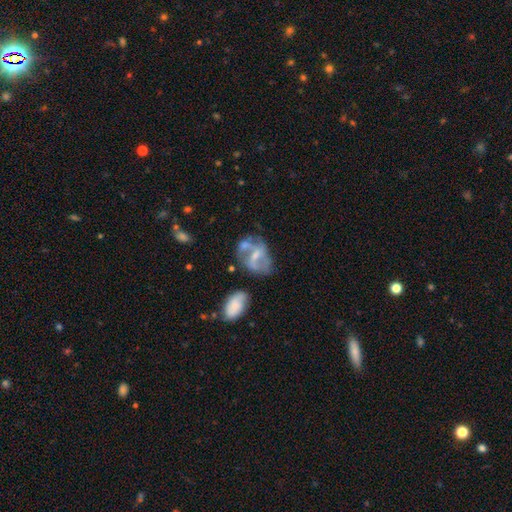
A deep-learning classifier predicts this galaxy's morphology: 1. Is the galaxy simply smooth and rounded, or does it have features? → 66% featured or disk, 26% smooth, 8% star or artifact.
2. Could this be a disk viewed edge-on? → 97% no, 3% yes.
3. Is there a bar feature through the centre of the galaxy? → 42% weak, 36% no, 22% strong.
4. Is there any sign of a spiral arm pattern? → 61% yes, 39% no.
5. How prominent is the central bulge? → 44% small, 34% moderate, 18% none, 3% large, 1% dominant.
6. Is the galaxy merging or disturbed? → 40% none, 22% minor disturbance, 21% major disturbance, 17% merger.